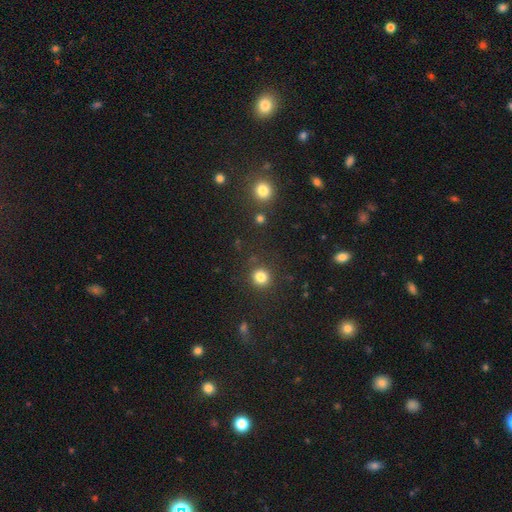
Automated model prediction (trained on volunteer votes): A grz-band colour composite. It shows a smooth galaxy with no disk features (48%). Merging: none (80%).